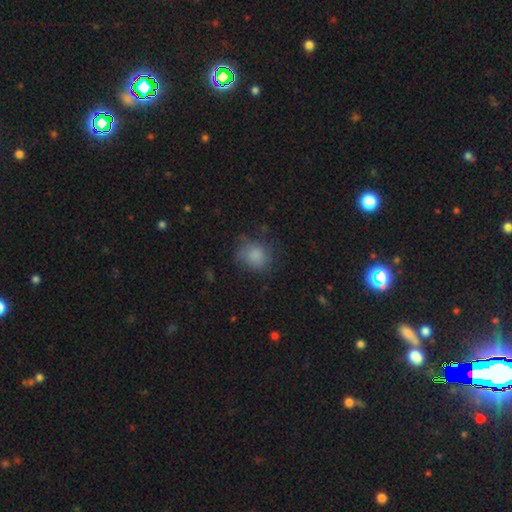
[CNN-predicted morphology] smooth_or_featured: smooth (p=0.80) [alt: featured or disk p=0.10]
how_rounded: round (p=0.80) [alt: in between p=0.19]
merging: none (p=0.66) [alt: minor disturbance p=0.22]